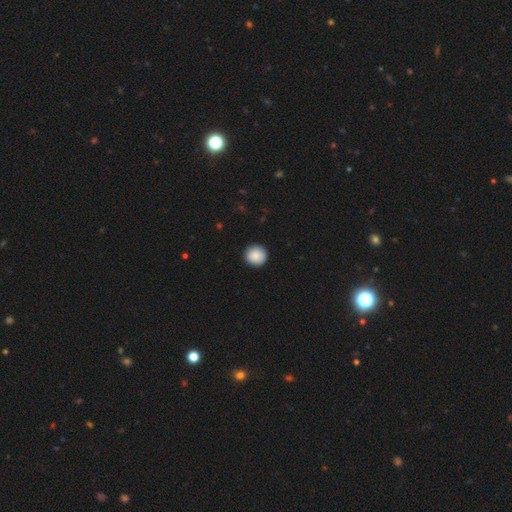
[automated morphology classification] smooth-or-featured: smooth: 89% | star or artifact: 8% | featured or disk: 3%
  how-rounded: round: 95% | in between: 4% | cigar-shaped: 1%
  merging: none: 93% | minor disturbance: 5% | major disturbance: 1% | merger: 1%